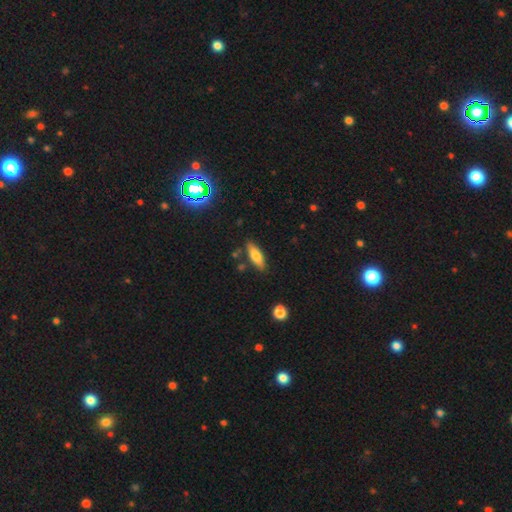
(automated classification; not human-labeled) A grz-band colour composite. It shows a smooth galaxy with no disk features (71%) that is in between round and cigar-shaped (58%). Merging: none (81%).